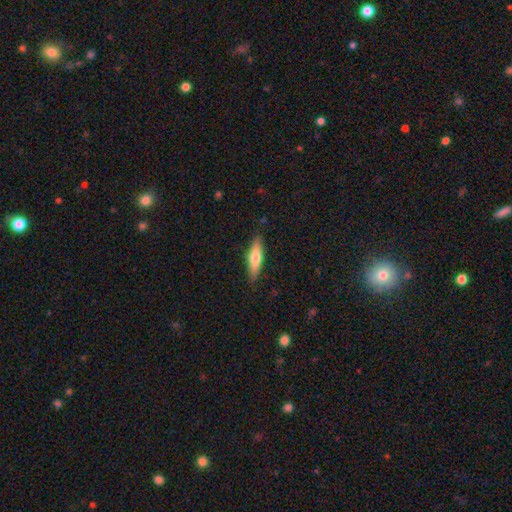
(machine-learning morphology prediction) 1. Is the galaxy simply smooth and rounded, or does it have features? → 60% smooth, 34% featured or disk, 6% star or artifact.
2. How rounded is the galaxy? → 69% cigar-shaped, 30% in between, 2% round.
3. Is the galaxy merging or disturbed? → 86% none, 10% minor disturbance, 2% major disturbance, 1% merger.